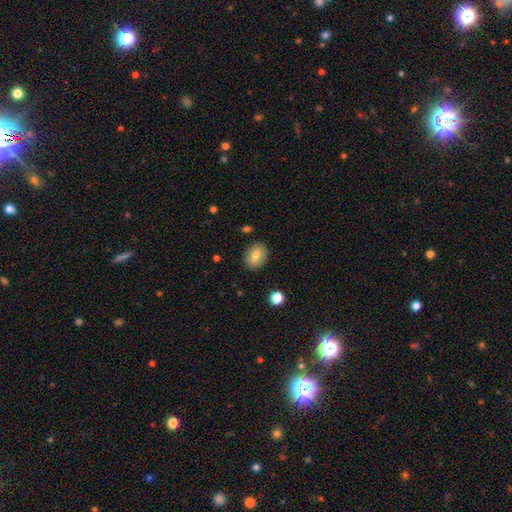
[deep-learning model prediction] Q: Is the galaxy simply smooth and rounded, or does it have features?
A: smooth — 75%.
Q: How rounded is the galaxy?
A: in between — 64%.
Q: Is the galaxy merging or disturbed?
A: none — 86%.